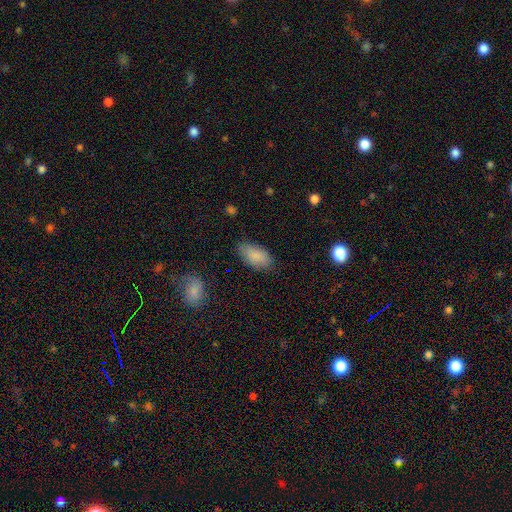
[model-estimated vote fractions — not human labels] Smooth or featured? smooth (86%)
How rounded? in between (94%)
Merging? none (81%)